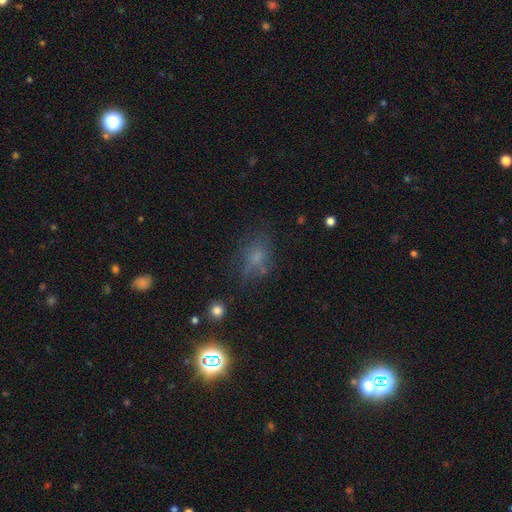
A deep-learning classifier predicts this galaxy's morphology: Smooth or featured?
  - smooth: 52% *
  - star or artifact: 28%
  - featured or disk: 20%
How rounded?
  - in between: 64% *
  - round: 33%
  - cigar-shaped: 3%
Merging?
  - none: 59% *
  - minor disturbance: 22%
  - major disturbance: 15%
  - merger: 5%